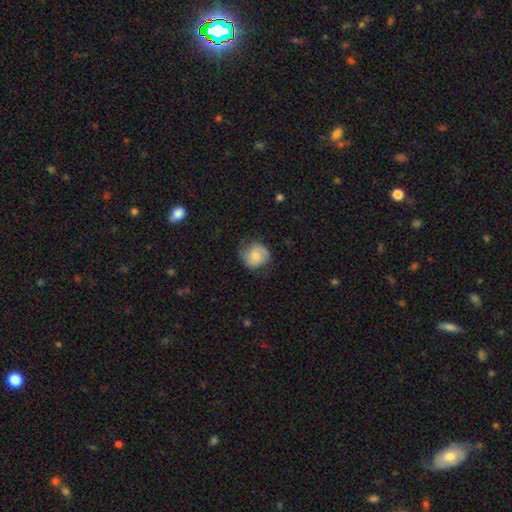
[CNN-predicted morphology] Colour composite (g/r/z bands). It shows a smooth galaxy with no disk features (50%) that is round (81%). Merging: none (69%).